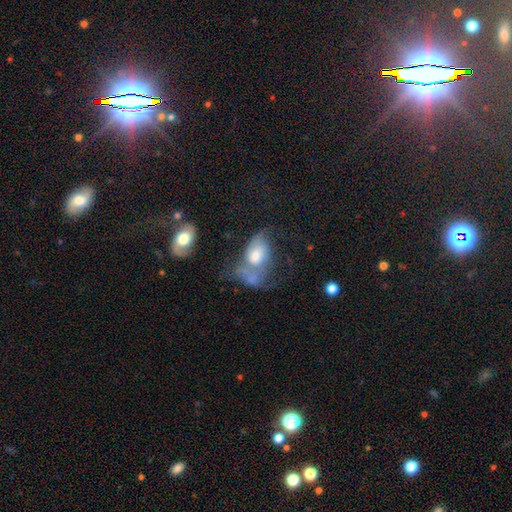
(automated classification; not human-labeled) This appears to be a smooth galaxy with no disk features (45%). Merging: merger (31%).